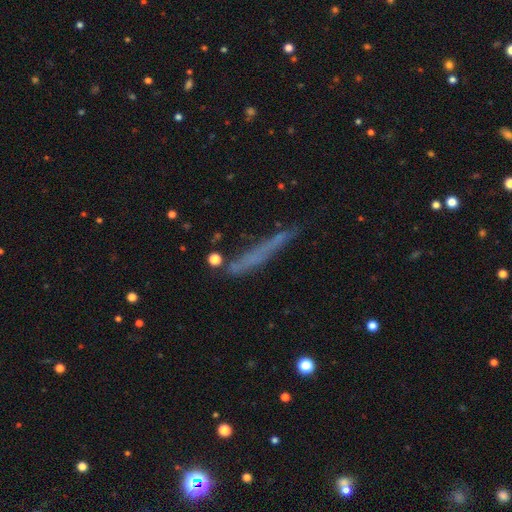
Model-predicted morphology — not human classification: smooth-or-featured: smooth: 52% | featured or disk: 33% | star or artifact: 15%
  how-rounded: cigar-shaped: 94% | in between: 4% | round: 2%
  merging: none: 69% | minor disturbance: 19% | major disturbance: 7% | merger: 4%